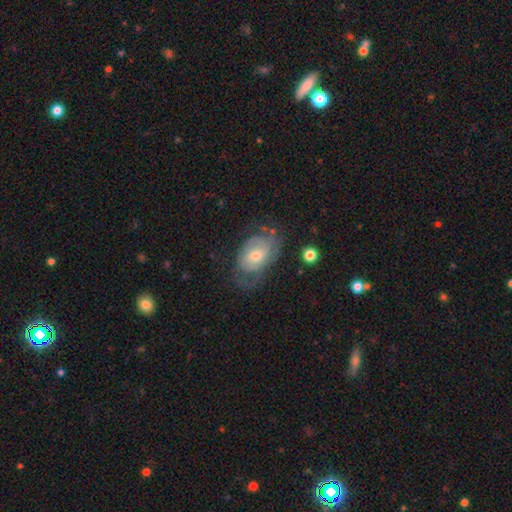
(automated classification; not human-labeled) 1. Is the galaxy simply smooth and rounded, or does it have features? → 57% featured or disk, 35% smooth, 8% star or artifact.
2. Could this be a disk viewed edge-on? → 94% no, 6% yes.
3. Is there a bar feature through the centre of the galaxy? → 71% no, 25% weak, 5% strong.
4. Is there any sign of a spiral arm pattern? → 69% yes, 31% no.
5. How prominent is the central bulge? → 55% moderate, 39% small, 4% large, 1% none, 1% dominant.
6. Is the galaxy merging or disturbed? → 50% none, 27% minor disturbance, 21% major disturbance, 2% merger.